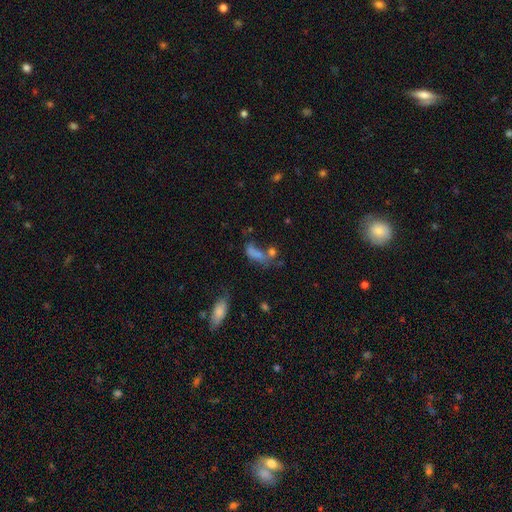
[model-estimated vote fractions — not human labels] smooth-or-featured: smooth: 52% | star or artifact: 27% | featured or disk: 21%
  how-rounded: in between: 64% | cigar-shaped: 22% | round: 13%
  merging: none: 38% | merger: 30% | major disturbance: 17% | minor disturbance: 15%